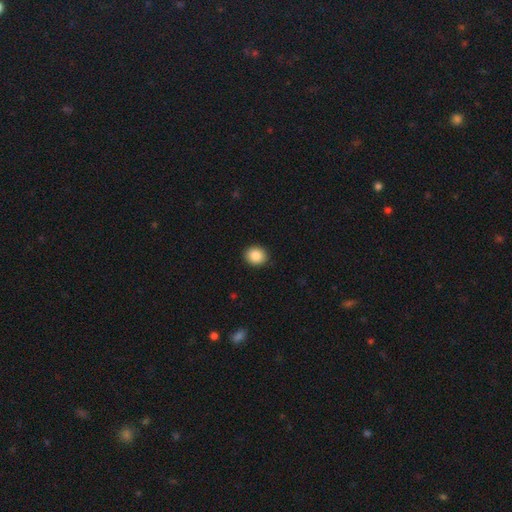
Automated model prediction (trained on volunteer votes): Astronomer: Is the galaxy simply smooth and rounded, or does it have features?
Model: smooth — 87%.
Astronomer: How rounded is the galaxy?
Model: round — 72%.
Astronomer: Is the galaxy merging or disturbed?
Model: none — 91%.